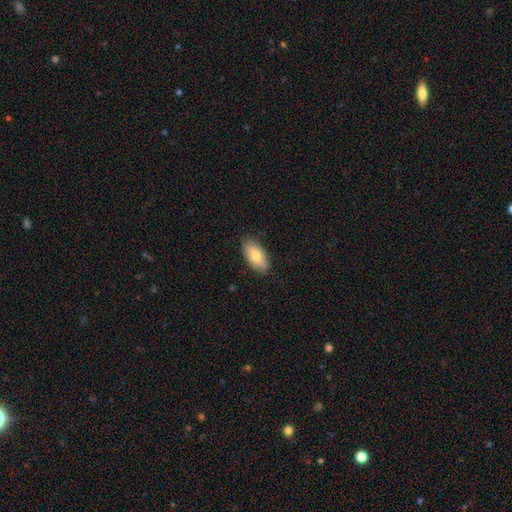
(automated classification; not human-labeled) Morphology: type=smooth (79%); roundness=in between (93%); merging=none (86%).